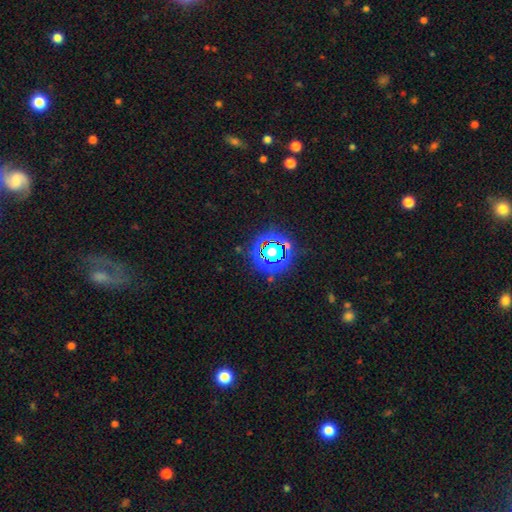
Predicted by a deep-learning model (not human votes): Smooth or featured? star or artifact (76%)